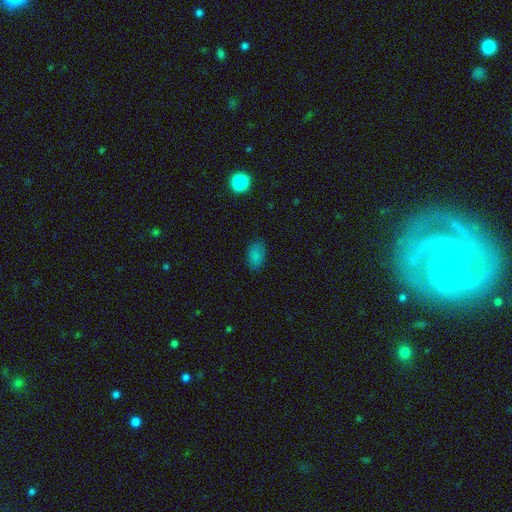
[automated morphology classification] This is clearly a smooth galaxy (82%). How rounded: clearly in between (91%). Merging: clearly none (82%).